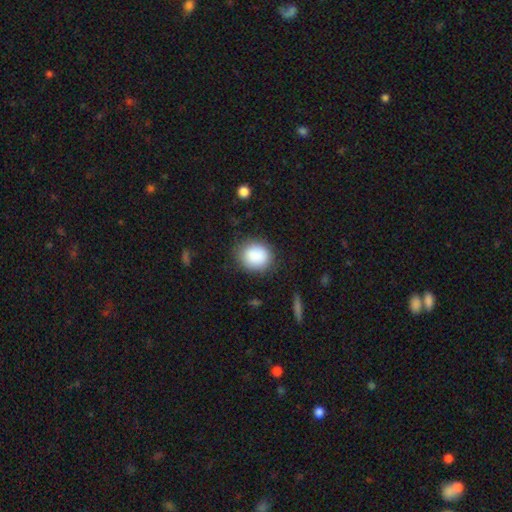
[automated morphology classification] smooth_or_featured: smooth (p=0.88) [alt: star or artifact p=0.08]
how_rounded: round (p=0.71) [alt: in between p=0.28]
merging: none (p=0.81) [alt: minor disturbance p=0.13]